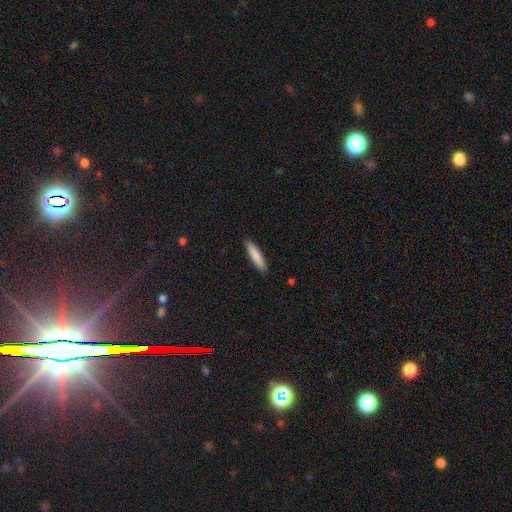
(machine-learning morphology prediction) Smooth or featured?
  - smooth: 85% *
  - featured or disk: 10%
  - star or artifact: 6%
How rounded?
  - cigar-shaped: 84% *
  - in between: 15%
  - round: 1%
Merging?
  - none: 90% *
  - minor disturbance: 8%
  - major disturbance: 2%
  - merger: 1%